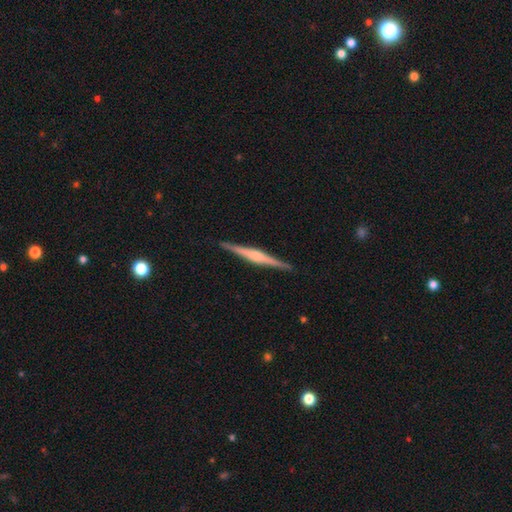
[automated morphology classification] featured or disk 81%, smooth 14%, star or artifact 5%. Down the decision tree: edge-on disk — yes (99%); edge-on bulge — rounded (67%); merging — none (92%).